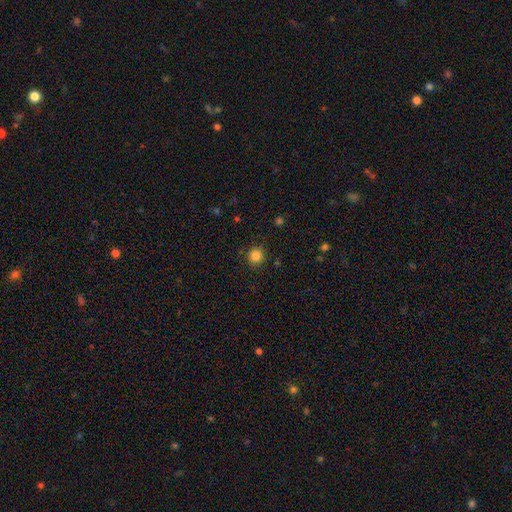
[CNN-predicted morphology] smooth-or-featured: smooth: 84% | star or artifact: 12% | featured or disk: 4%
  how-rounded: round: 94% | in between: 5% | cigar-shaped: 1%
  merging: none: 90% | minor disturbance: 7% | major disturbance: 2% | merger: 1%